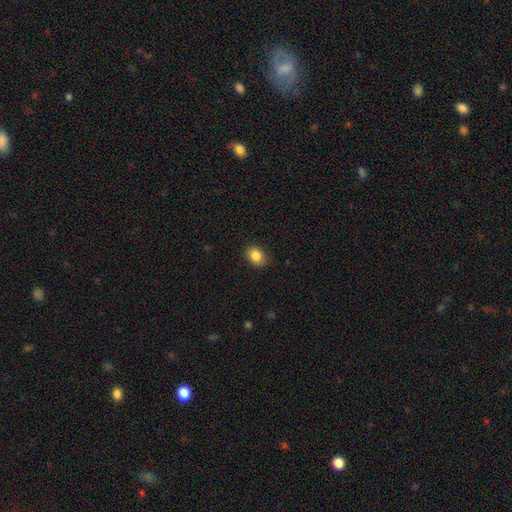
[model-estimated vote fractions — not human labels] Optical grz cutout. It shows a smooth galaxy with no disk features (85%) that is in between round and cigar-shaped (59%). Merging: none (85%).